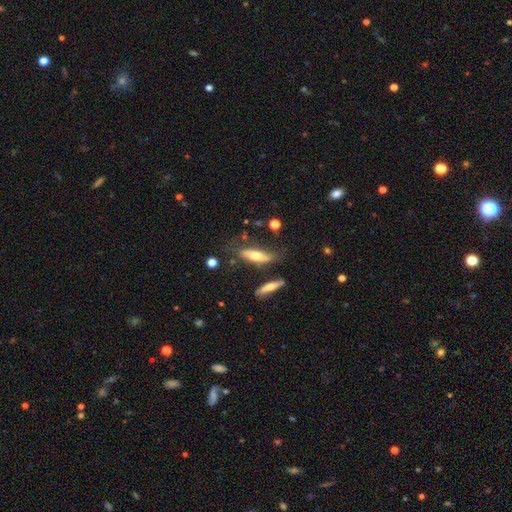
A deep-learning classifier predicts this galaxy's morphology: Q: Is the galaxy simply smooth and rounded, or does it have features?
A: smooth — 53%.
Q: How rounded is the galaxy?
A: cigar-shaped — 54%.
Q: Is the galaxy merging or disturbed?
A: none — 60%.